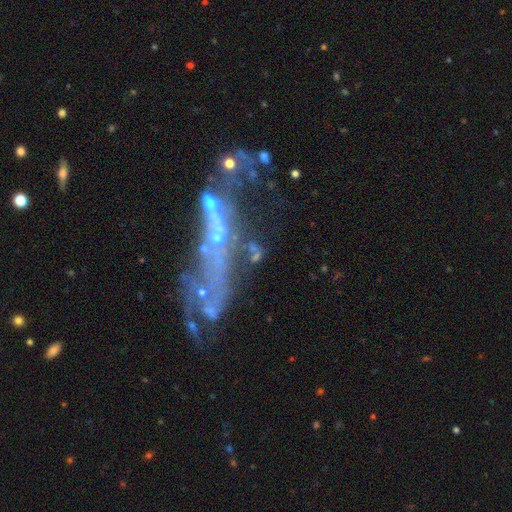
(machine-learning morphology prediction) Overall: featured or disk (53%; star or artifact 26%). Edge-on disk: no (77%). Merging: major disturbance (30%; none 29%).